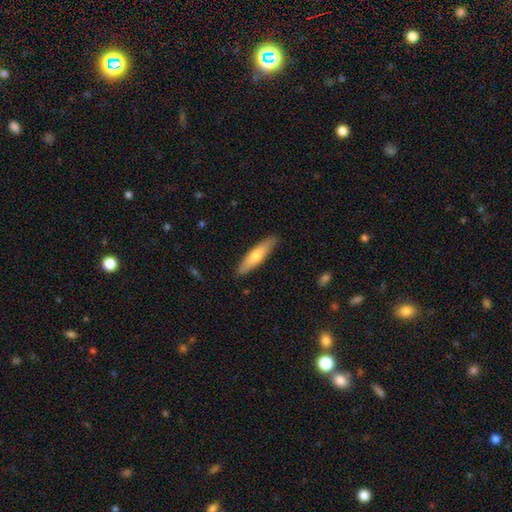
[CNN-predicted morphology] Smooth or featured? smooth (62%)
How rounded? cigar-shaped (79%)
Merging? none (89%)